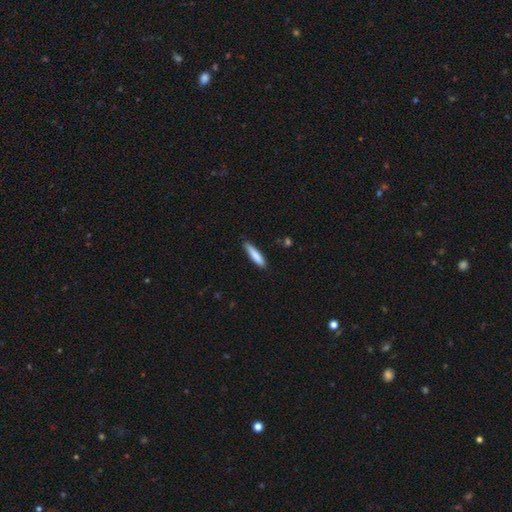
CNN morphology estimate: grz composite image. It shows a smooth galaxy with no disk features (82%) that is cigar-shaped (86%). Merging: none (84%).